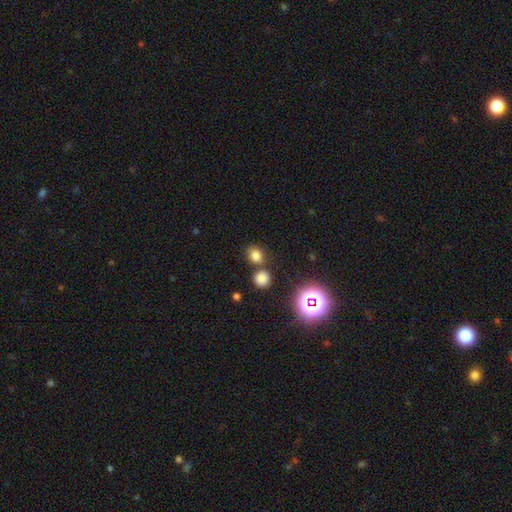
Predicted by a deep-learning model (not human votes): The model was most divided on "how rounded": round: 69%, in between: 30%, cigar-shaped: 1%. More confident: smooth or featured — smooth (76%); merging — none (69%).